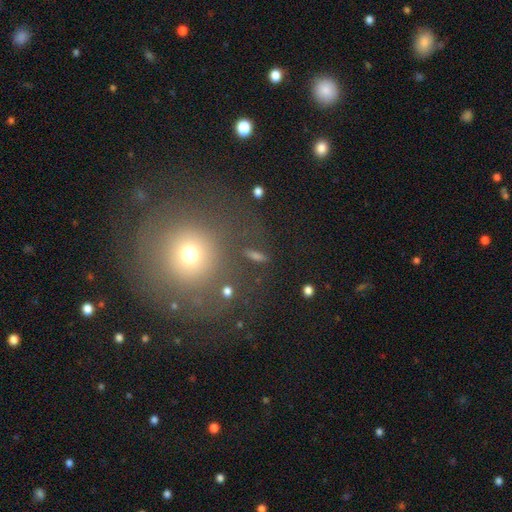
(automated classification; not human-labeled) This appears to be a smooth galaxy with no disk features (62%) that is round (93%). Merging: none (78%).